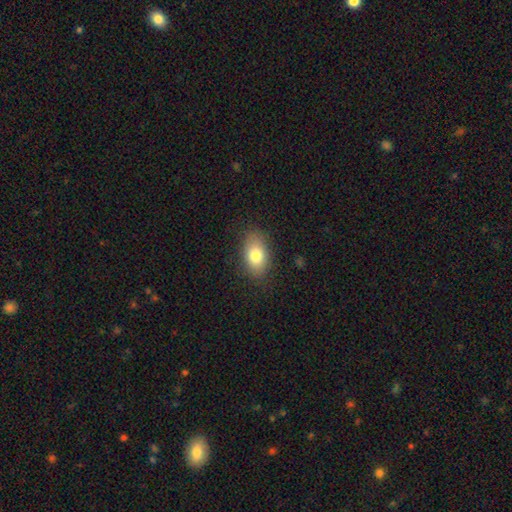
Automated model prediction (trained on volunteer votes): Smooth or featured?
  - smooth: 79% *
  - featured or disk: 12%
  - star or artifact: 8%
How rounded?
  - in between: 88% *
  - round: 10%
  - cigar-shaped: 2%
Merging?
  - none: 83% *
  - minor disturbance: 12%
  - major disturbance: 4%
  - merger: 1%